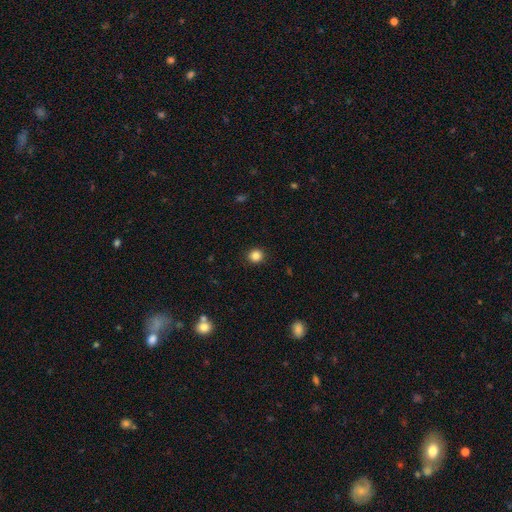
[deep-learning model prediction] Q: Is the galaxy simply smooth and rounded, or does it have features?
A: smooth — 85%.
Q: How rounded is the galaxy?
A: round — 92%.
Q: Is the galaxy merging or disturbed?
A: none — 92%.